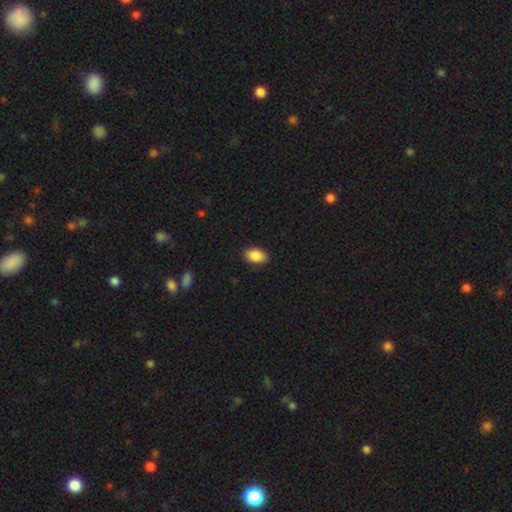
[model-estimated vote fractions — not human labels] This appears to be a smooth galaxy with no disk features (88%) that is in between round and cigar-shaped (92%). Merging: none (88%).